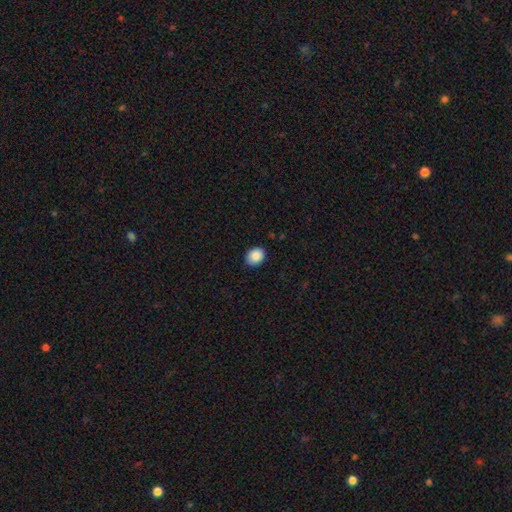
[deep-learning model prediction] A smooth galaxy with no disk features (89%) that is in between round and cigar-shaped (55%). Merging: none (86%).